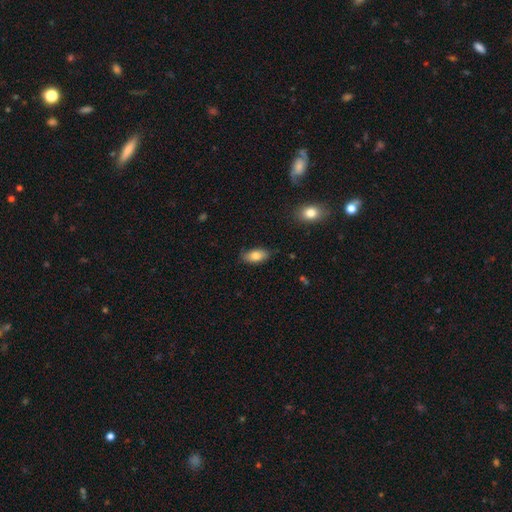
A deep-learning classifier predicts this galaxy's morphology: smooth 80%, featured or disk 13%, star or artifact 7%. Down the decision tree: how rounded — in between (90%); merging — none (83%).